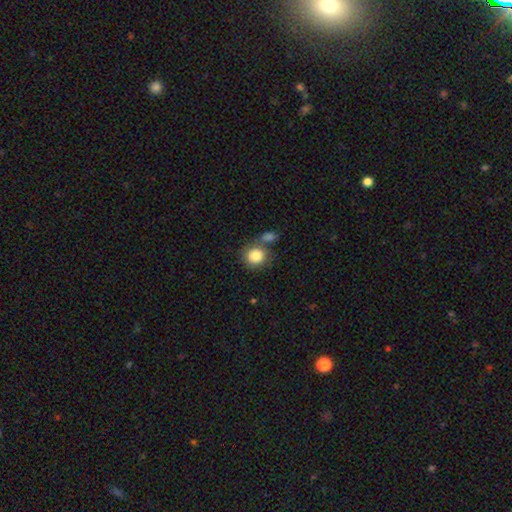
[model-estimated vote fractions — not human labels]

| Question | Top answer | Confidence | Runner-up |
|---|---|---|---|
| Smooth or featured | smooth | 83% | star or artifact (8%) |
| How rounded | round | 84% | in between (15%) |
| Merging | none | 55% | merger (29%) |